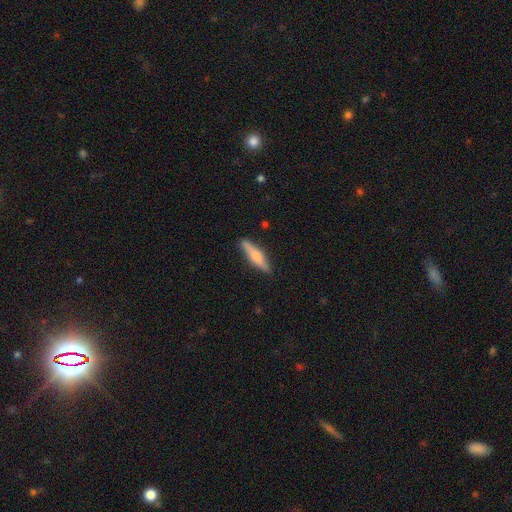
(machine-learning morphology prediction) Smooth or featured? Predicted: smooth (p=0.61). How rounded? Predicted: cigar-shaped (p=0.78). Merging? Predicted: none (p=0.86).